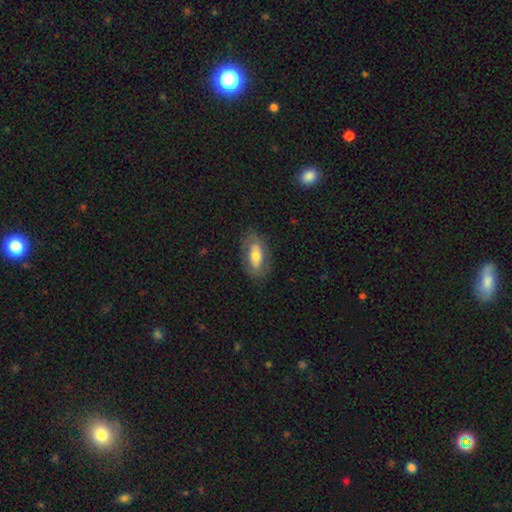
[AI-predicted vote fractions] smooth_or_featured: smooth (p=0.57) [alt: featured or disk p=0.37]
how_rounded: in between (p=0.85) [alt: cigar-shaped p=0.11]
merging: none (p=0.80) [alt: minor disturbance p=0.14]